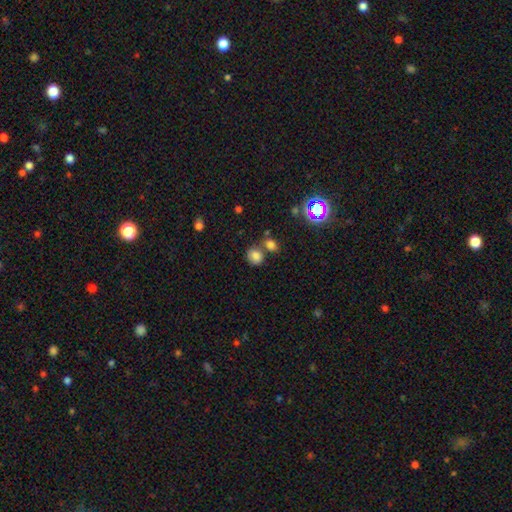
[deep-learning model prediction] Smooth or featured: smooth — 78% (star or artifact — 14%)
How rounded: round — 68% (in between — 31%)
Merging: none — 57% (merger — 27%)